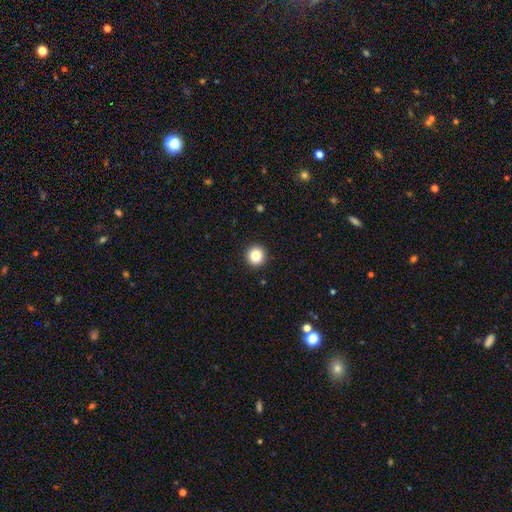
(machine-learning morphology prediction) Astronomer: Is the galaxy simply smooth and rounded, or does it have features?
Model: smooth — 84%.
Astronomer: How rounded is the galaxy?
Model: round — 94%.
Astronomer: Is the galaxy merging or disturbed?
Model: none — 93%.